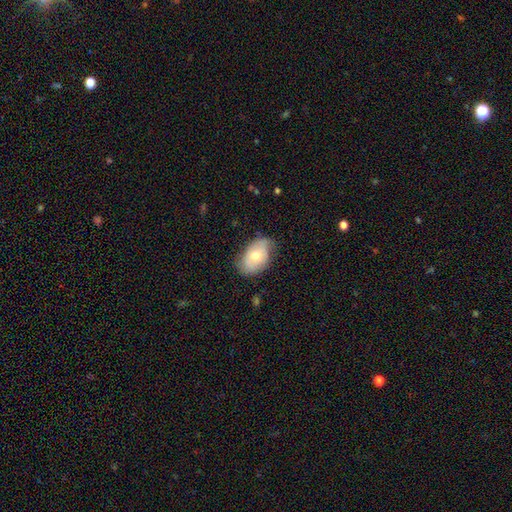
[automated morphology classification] Smooth or featured?
  - smooth: 63% *
  - featured or disk: 31%
  - star or artifact: 7%
How rounded?
  - in between: 88% *
  - round: 11%
  - cigar-shaped: 1%
Merging?
  - none: 61% *
  - minor disturbance: 31%
  - major disturbance: 7%
  - merger: 1%